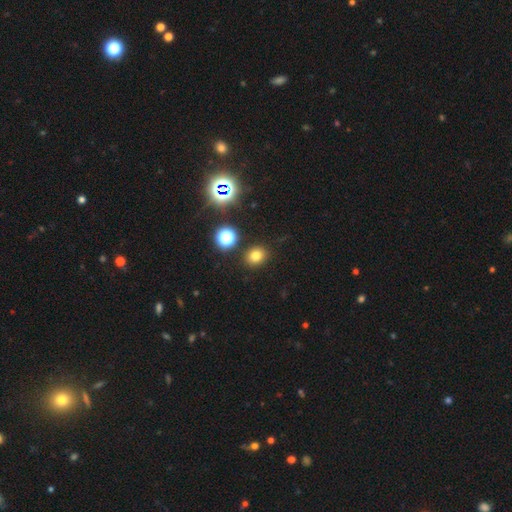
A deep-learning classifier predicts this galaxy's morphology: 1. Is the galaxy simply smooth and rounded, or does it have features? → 75% smooth, 19% star or artifact, 7% featured or disk.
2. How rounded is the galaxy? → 67% round, 32% in between, 1% cigar-shaped.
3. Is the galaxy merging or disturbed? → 87% none, 7% minor disturbance, 3% merger, 3% major disturbance.